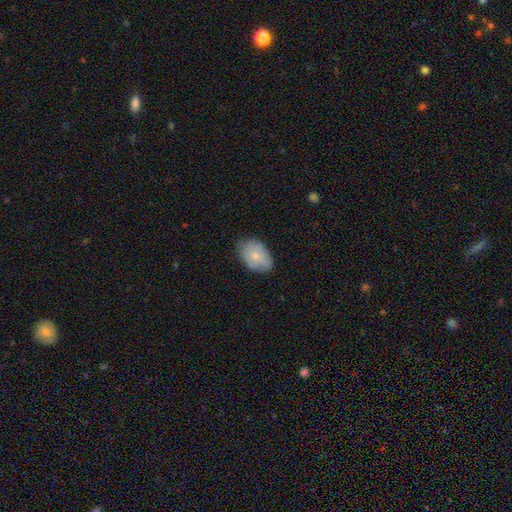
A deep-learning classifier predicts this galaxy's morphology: type=smooth (72%); roundness=in between (86%); merging=none (70%).